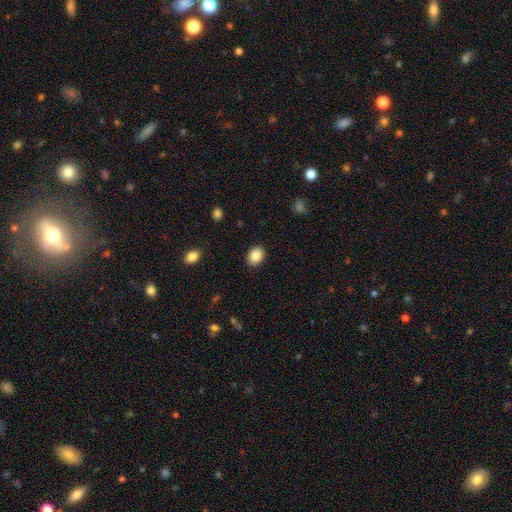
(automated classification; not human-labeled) This is clearly a smooth galaxy (87%). How rounded: likely in between (67%). Merging: clearly none (89%).